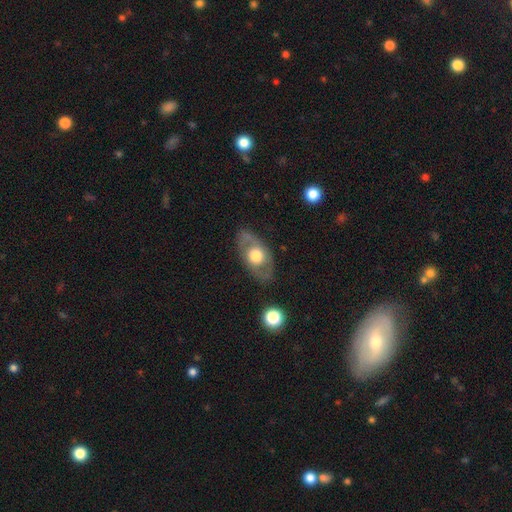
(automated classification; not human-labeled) Smooth or featured?
  - featured or disk: 56% *
  - smooth: 39%
  - star or artifact: 5%
Edge-on disk?
  - no: 82% *
  - yes: 18%
Merging?
  - none: 79% *
  - minor disturbance: 14%
  - major disturbance: 6%
  - merger: 2%